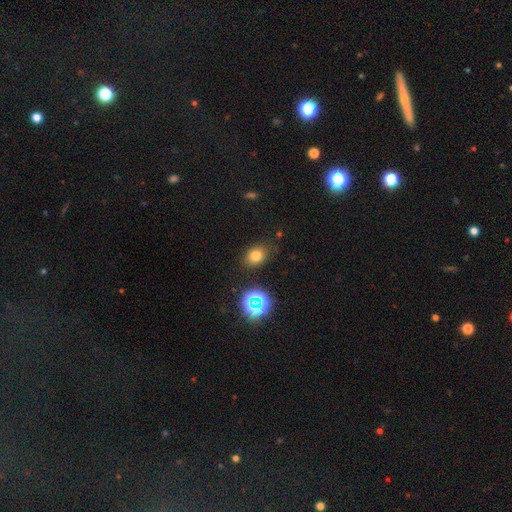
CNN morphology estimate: smooth 74%, star or artifact 18%, featured or disk 8%. Down the decision tree: how rounded — in between (53%); merging — none (82%).